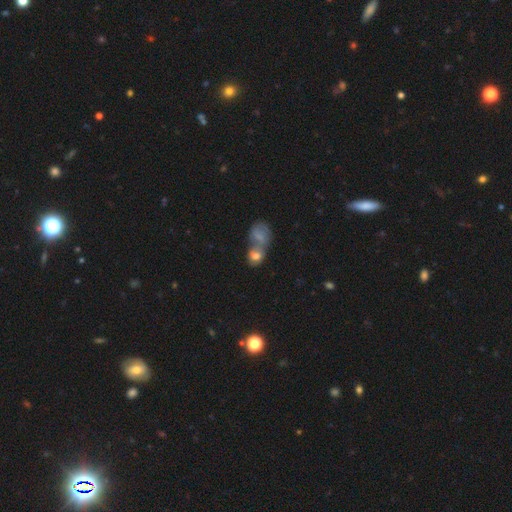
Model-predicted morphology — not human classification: smooth-or-featured: smooth: 69% | featured or disk: 19% | star or artifact: 11%
  how-rounded: in between: 52% | round: 46% | cigar-shaped: 2%
  merging: merger: 69% | none: 19% | minor disturbance: 7% | major disturbance: 5%